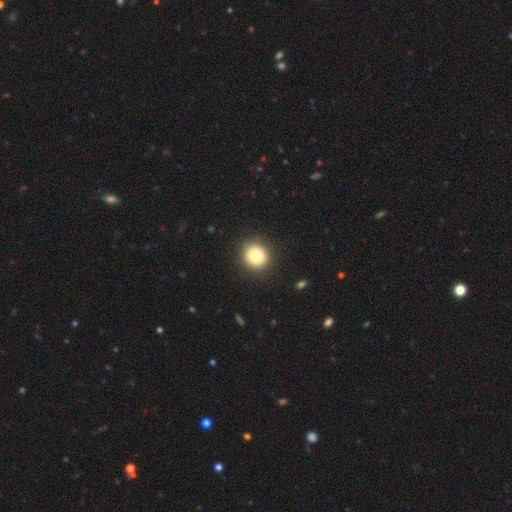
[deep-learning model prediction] Smooth or featured: smooth — 81% (star or artifact — 10%)
How rounded: round — 92% (in between — 7%)
Merging: none — 89% (minor disturbance — 7%)